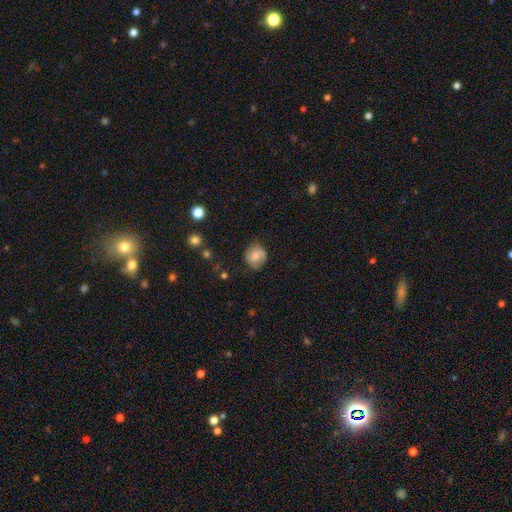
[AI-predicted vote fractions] Morphology: type=smooth (55%); roundness=round (80%); merging=none (72%).